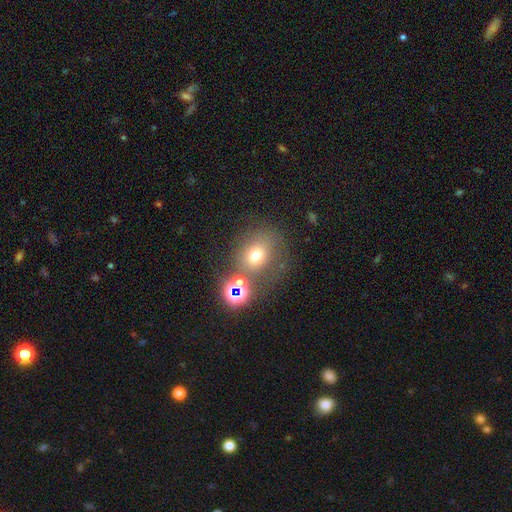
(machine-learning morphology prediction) This is likely a smooth galaxy (66%). How rounded: likely round (65%). Merging: likely none (61%).